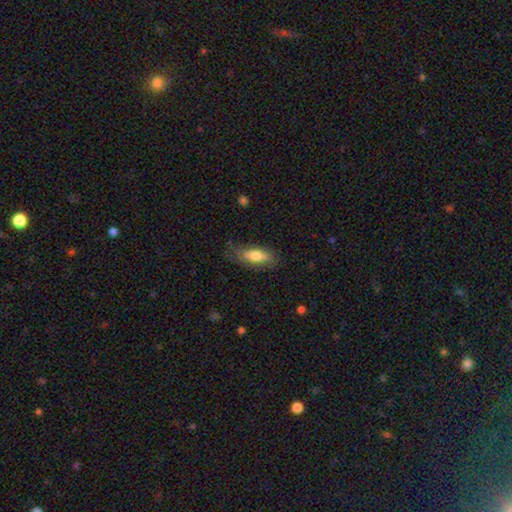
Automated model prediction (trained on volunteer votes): Overall: smooth (72%). How rounded: in between (71%). Merging: none (69%).